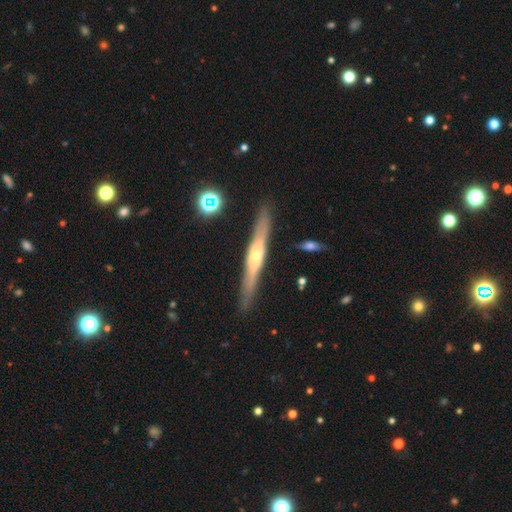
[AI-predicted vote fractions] This is likely a featured or disk galaxy (72%). It is clearly viewed edge-on (94%). Edge-on bulge: likely rounded (79%). Merging: clearly none (88%).